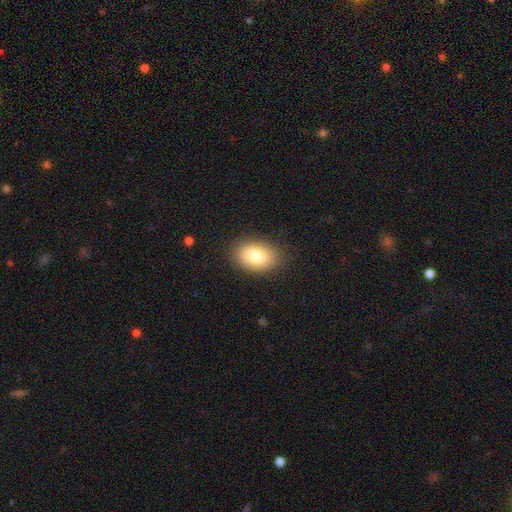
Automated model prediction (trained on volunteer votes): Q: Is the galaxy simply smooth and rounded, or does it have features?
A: smooth — 80%.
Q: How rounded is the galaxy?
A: in between — 84%.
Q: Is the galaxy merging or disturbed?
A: none — 86%.